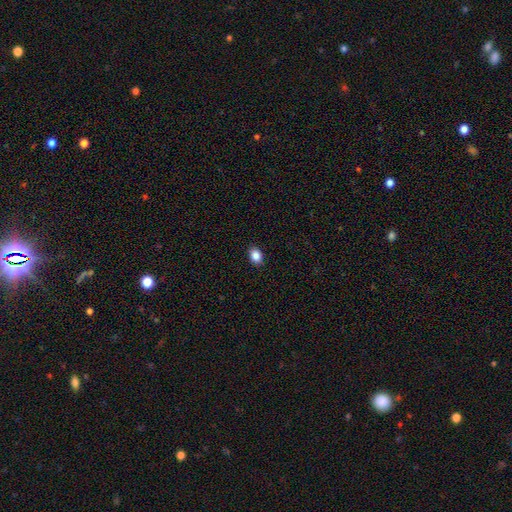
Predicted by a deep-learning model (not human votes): smooth-or-featured: smooth: 87% | star or artifact: 9% | featured or disk: 4%
  how-rounded: in between: 74% | round: 25% | cigar-shaped: 1%
  merging: none: 90% | minor disturbance: 7% | major disturbance: 2% | merger: 1%